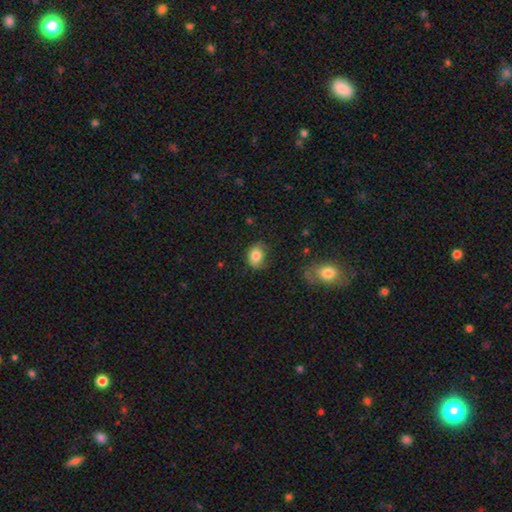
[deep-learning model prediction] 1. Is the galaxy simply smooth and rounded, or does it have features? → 82% smooth, 9% star or artifact, 9% featured or disk.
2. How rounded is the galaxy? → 60% in between, 39% round, 1% cigar-shaped.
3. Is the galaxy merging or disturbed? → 60% none, 29% minor disturbance, 8% major disturbance, 2% merger.